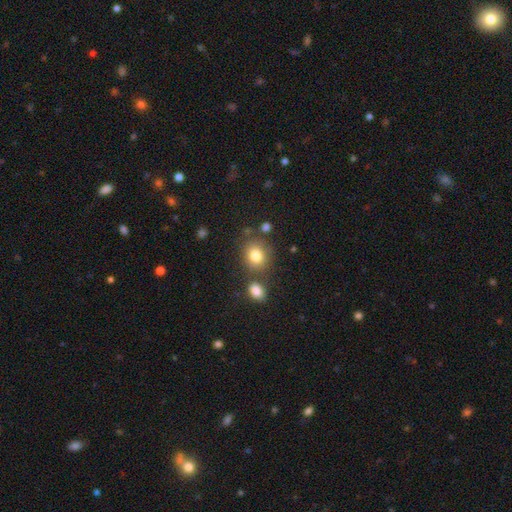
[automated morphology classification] Smooth or featured? Predicted: smooth (p=0.82). How rounded? Predicted: round (p=0.68). Merging? Predicted: none (p=0.70).